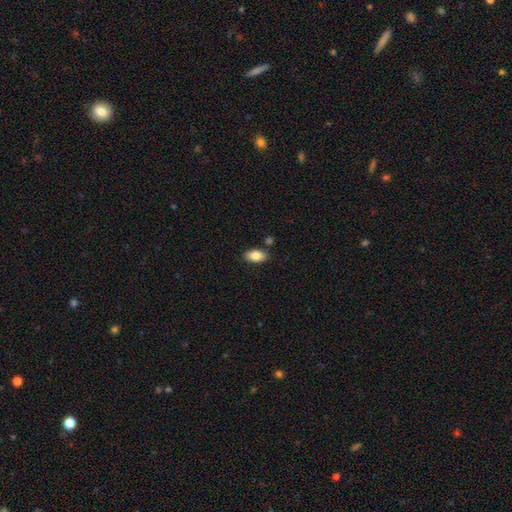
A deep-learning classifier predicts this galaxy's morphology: Smooth or featured? smooth (84%)
How rounded? in between (93%)
Merging? none (84%)